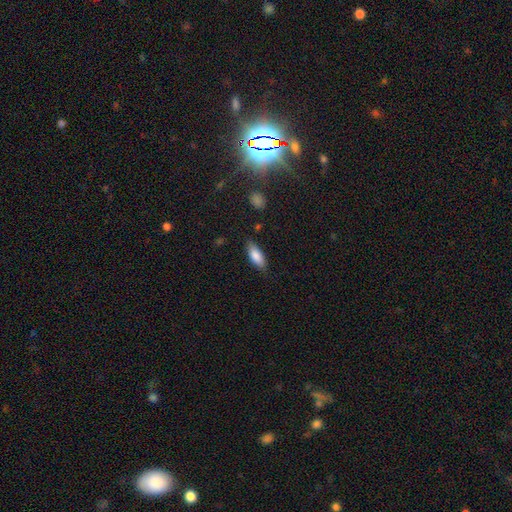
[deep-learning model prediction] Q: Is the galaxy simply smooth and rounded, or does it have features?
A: smooth — 84%.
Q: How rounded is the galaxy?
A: in between — 78%.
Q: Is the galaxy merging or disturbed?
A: none — 81%.